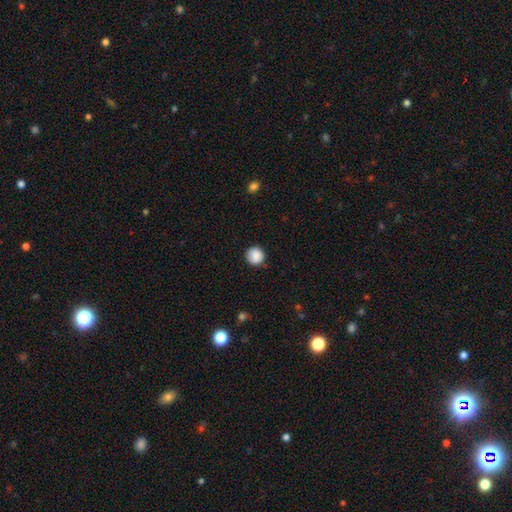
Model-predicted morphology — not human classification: Overall: smooth (88%). How rounded: round (94%). Merging: none (88%).